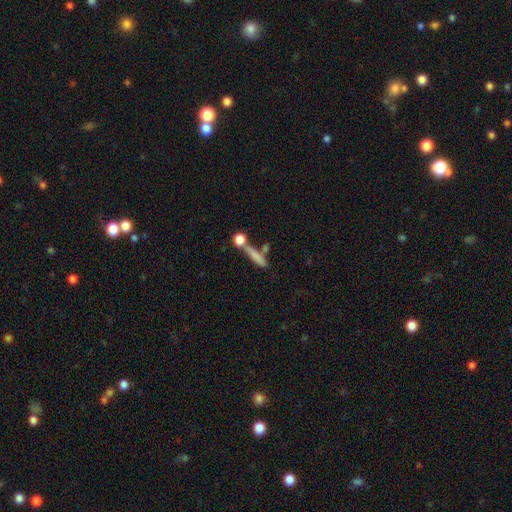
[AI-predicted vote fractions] Smooth or featured? Predicted: smooth (p=0.71). How rounded? Predicted: cigar-shaped (p=0.75). Merging? Predicted: none (p=0.55).